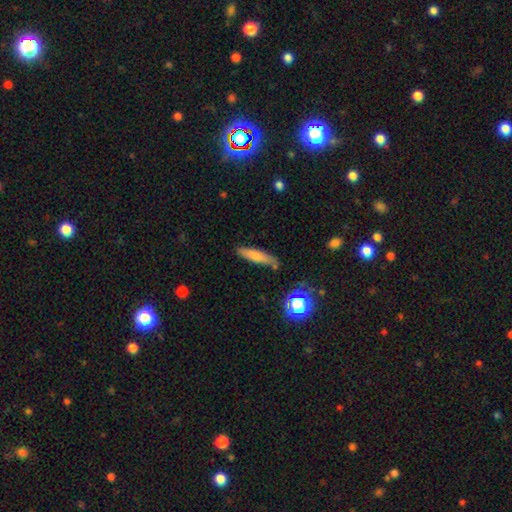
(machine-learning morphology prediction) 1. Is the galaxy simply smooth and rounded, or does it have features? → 71% smooth, 20% featured or disk, 9% star or artifact.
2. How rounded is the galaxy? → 78% cigar-shaped, 20% in between, 2% round.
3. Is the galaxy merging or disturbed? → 76% none, 16% minor disturbance, 5% merger, 3% major disturbance.